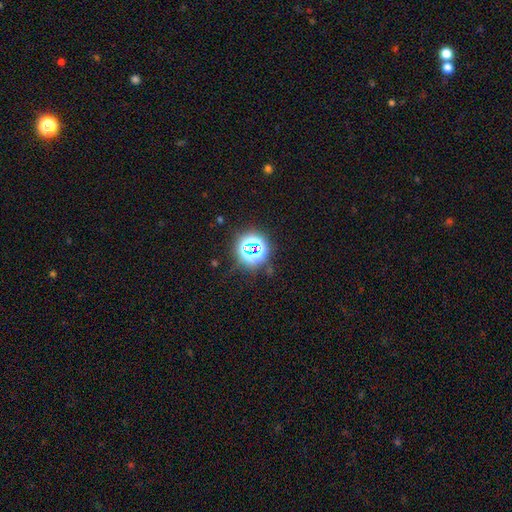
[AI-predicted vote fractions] star or artifact 78%, smooth 16%, featured or disk 6%.